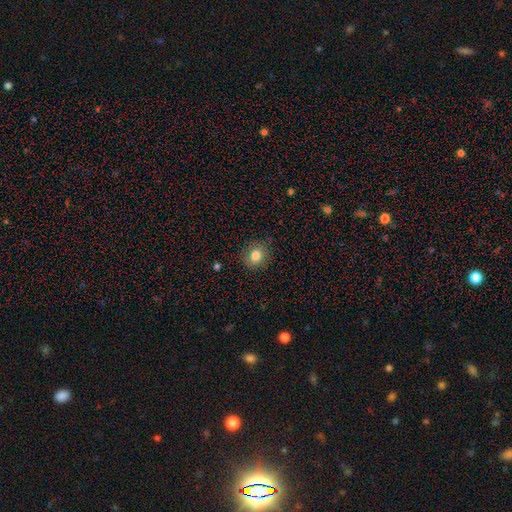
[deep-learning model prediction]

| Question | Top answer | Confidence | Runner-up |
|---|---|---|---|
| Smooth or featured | smooth | 81% | star or artifact (10%) |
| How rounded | round | 79% | in between (20%) |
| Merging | none | 85% | minor disturbance (11%) |